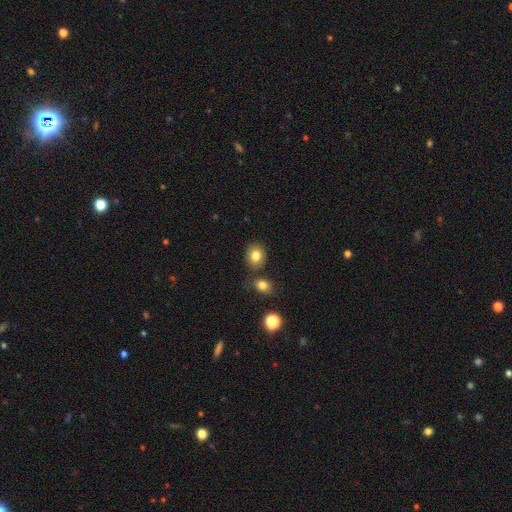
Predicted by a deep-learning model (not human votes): smooth_or_featured: smooth (p=0.82) [alt: star or artifact p=0.10]
how_rounded: round (p=0.58) [alt: in between p=0.41]
merging: none (p=0.77) [alt: minor disturbance p=0.11]